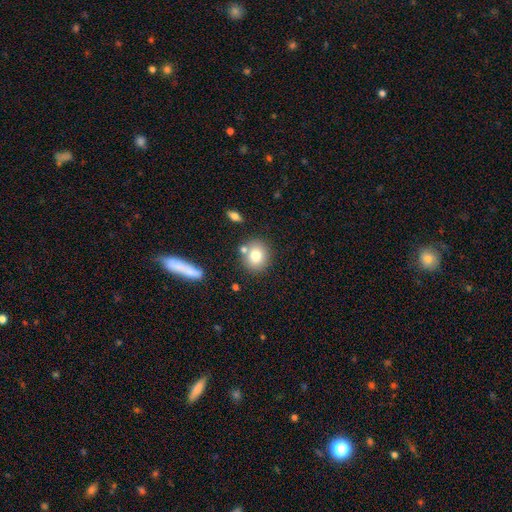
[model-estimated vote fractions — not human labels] The model was most divided on "how rounded": round: 80%, in between: 19%, cigar-shaped: 1%. More confident: smooth or featured — smooth (78%); merging — none (74%).